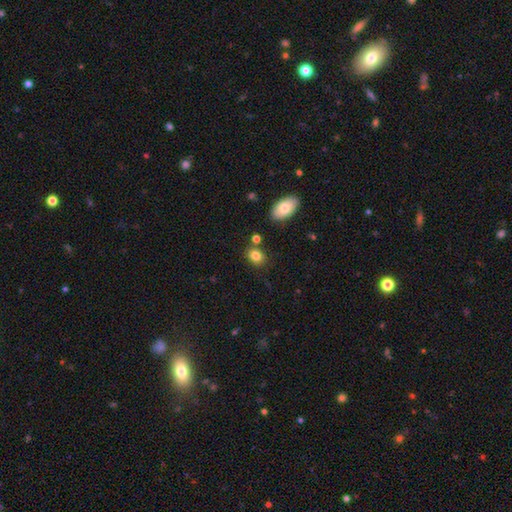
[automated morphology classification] A smooth galaxy with no disk features (83%) that is round (50%).

Vote fractions:
- Smooth or featured? smooth: 83% / star or artifact: 11% / featured or disk: 7%
- How rounded? round: 50% / in between: 49% / cigar-shaped: 1%
- Merging? none: 77% / minor disturbance: 12% / merger: 9% / major disturbance: 3%